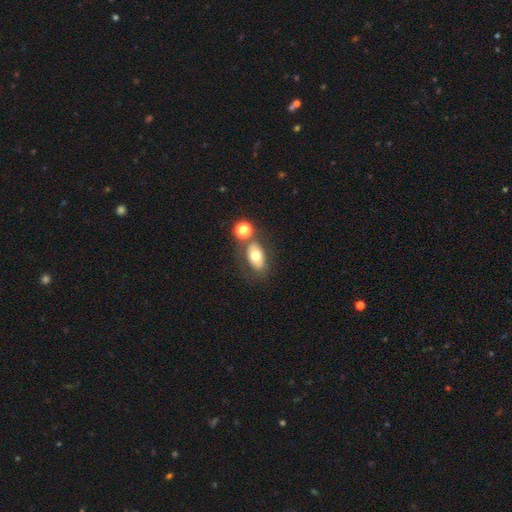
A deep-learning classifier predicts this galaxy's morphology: smooth 67%, featured or disk 23%, star or artifact 11%. Down the decision tree: how rounded — in between (85%); merging — none (59%).